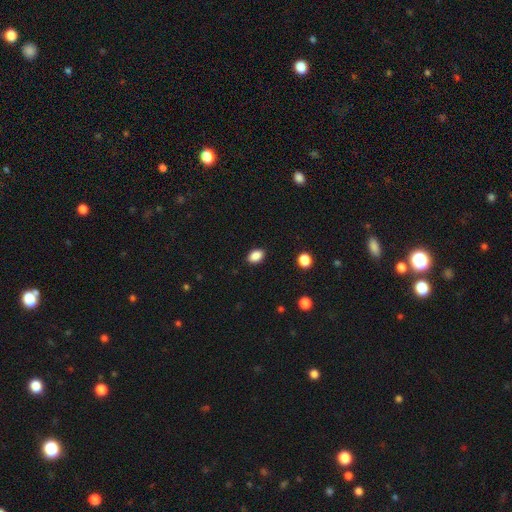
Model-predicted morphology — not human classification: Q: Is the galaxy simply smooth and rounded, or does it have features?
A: smooth — 88%.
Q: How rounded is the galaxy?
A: in between — 83%.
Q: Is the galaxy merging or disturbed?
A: none — 88%.